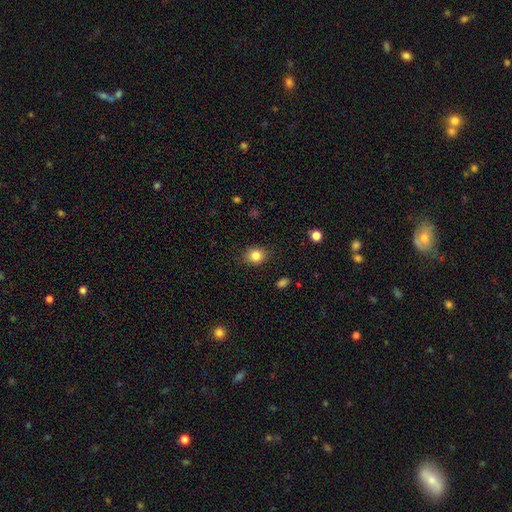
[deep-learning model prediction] Smooth or featured? smooth (84%)
How rounded? round (69%)
Merging? none (85%)